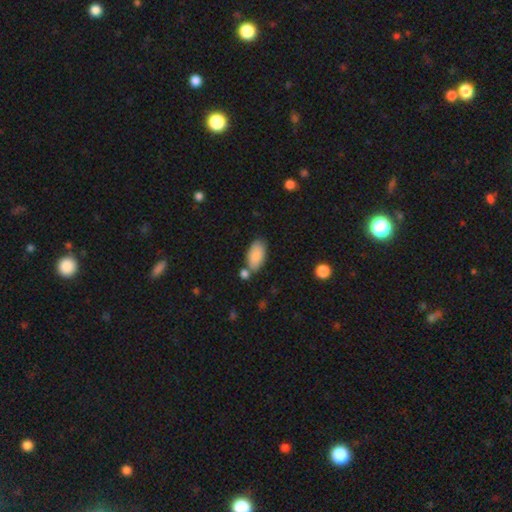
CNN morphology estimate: Smooth or featured? Predicted: smooth (p=0.87). How rounded? Predicted: in between (p=0.94). Merging? Predicted: none (p=0.66).